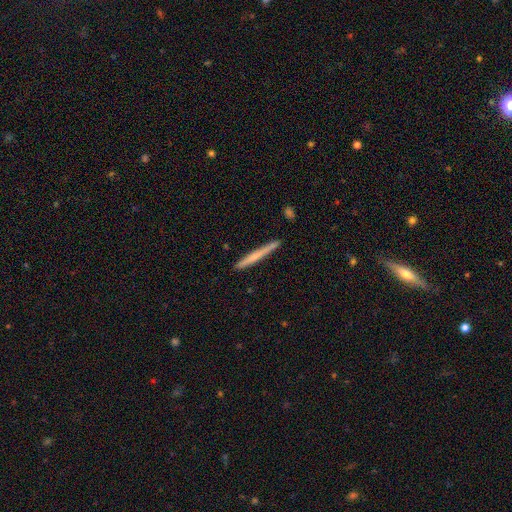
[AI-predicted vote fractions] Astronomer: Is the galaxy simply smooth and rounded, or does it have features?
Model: smooth — 54% (runner-up: featured or disk, 41%).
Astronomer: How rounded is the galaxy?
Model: cigar-shaped — 97%.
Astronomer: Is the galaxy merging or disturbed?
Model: none — 90%.